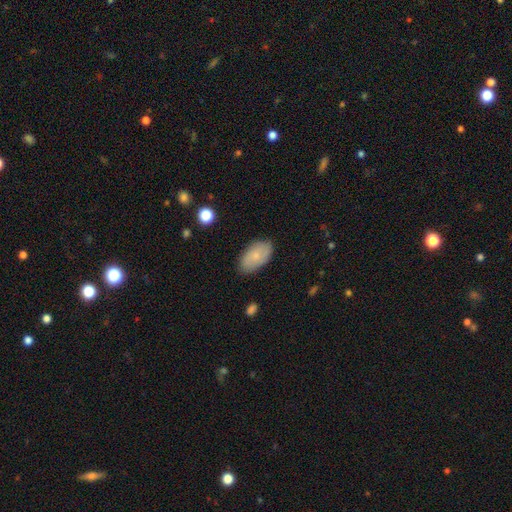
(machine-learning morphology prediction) Smooth or featured?
  - smooth: 72% *
  - featured or disk: 21%
  - star or artifact: 7%
How rounded?
  - in between: 94% *
  - round: 4%
  - cigar-shaped: 2%
Merging?
  - none: 81% *
  - minor disturbance: 15%
  - major disturbance: 3%
  - merger: 1%